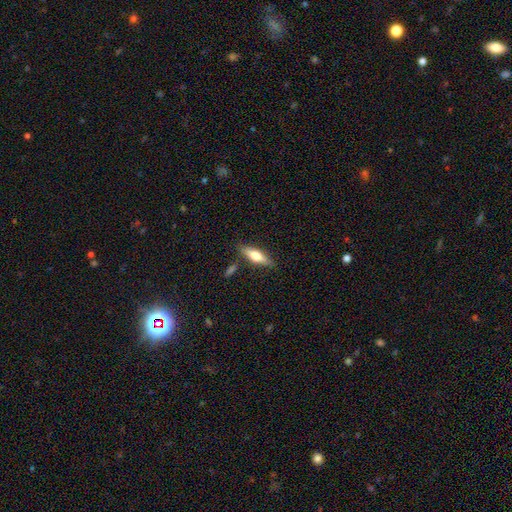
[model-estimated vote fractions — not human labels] smooth 59%, featured or disk 35%, star or artifact 6%. Down the decision tree: how rounded — in between (50%); merging — none (79%).